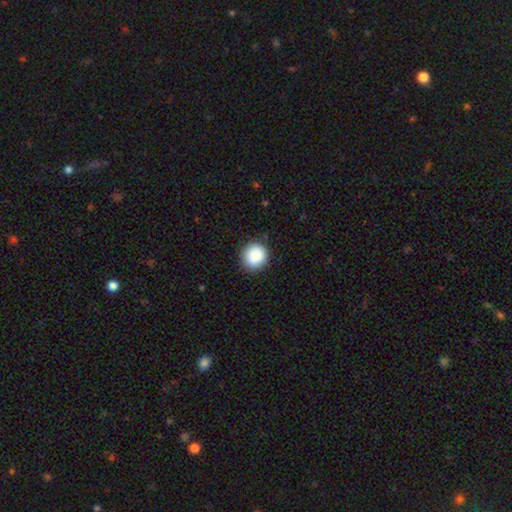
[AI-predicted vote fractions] Smooth or featured? Predicted: smooth (p=0.88). How rounded? Predicted: round (p=0.90). Merging? Predicted: none (p=0.88).